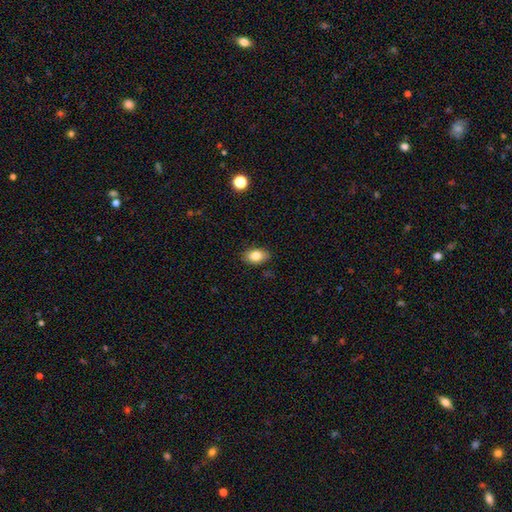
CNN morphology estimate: Smooth or featured? Predicted: smooth (p=0.83). How rounded? Predicted: in between (p=0.83). Merging? Predicted: none (p=0.87).